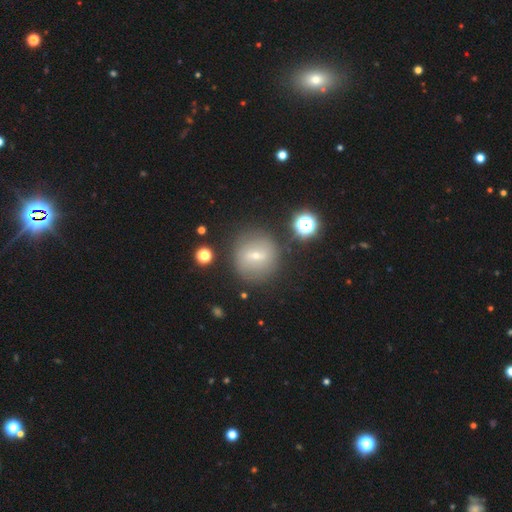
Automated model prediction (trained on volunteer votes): Overall: smooth (44%; featured or disk 41%). Merging: none (82%).